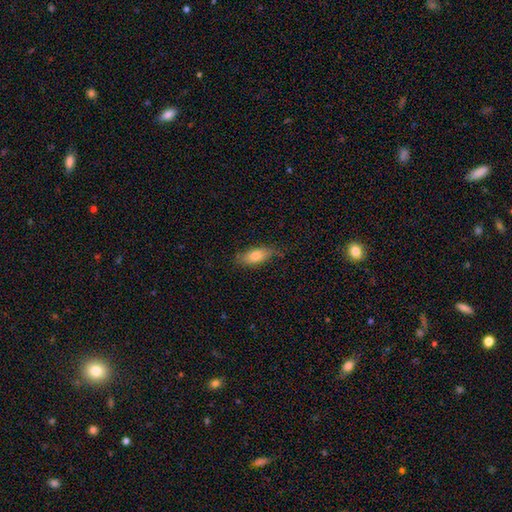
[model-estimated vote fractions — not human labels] The model was most divided on "merging": none: 72%, minor disturbance: 21%, major disturbance: 5%, merger: 1%. More confident: how rounded — in between (80%); smooth or featured — smooth (77%).